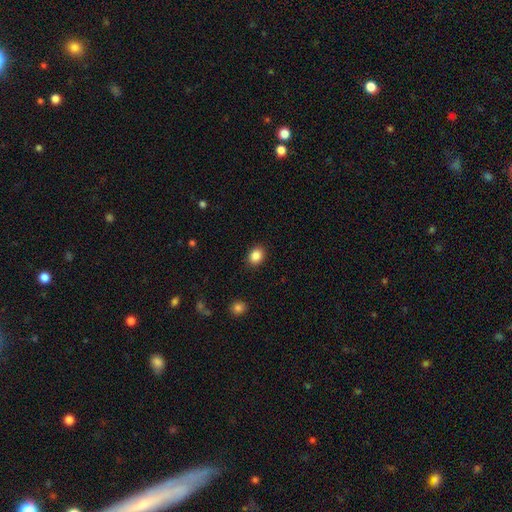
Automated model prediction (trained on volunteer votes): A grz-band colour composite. It shows a smooth galaxy with no disk features (87%) that is in between round and cigar-shaped (52%). Merging: none (89%).